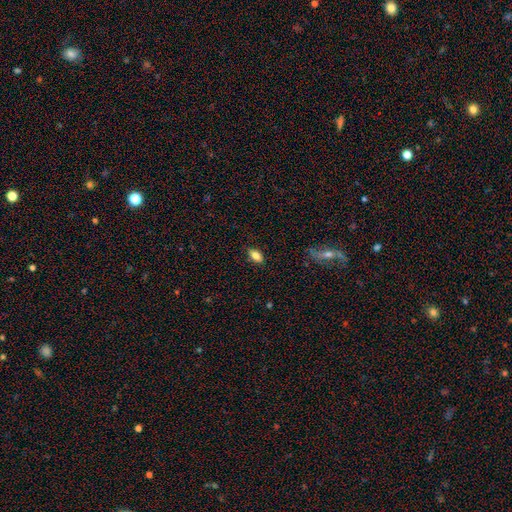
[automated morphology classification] smooth-or-featured: smooth: 78% | featured or disk: 13% | star or artifact: 9%
  how-rounded: in between: 87% | cigar-shaped: 8% | round: 5%
  merging: none: 85% | minor disturbance: 12% | major disturbance: 3% | merger: 1%